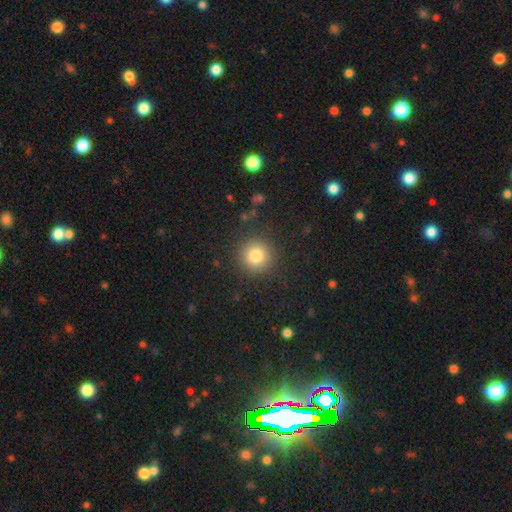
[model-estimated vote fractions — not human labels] smooth_or_featured: smooth (p=0.81) [alt: star or artifact p=0.12]
how_rounded: round (p=0.94) [alt: in between p=0.05]
merging: none (p=0.89) [alt: minor disturbance p=0.07]